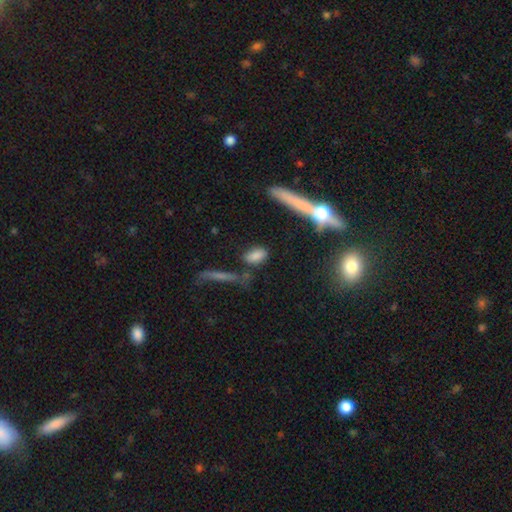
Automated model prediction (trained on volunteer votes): The model was most divided on "merging": none: 64%, minor disturbance: 18%, merger: 10%, major disturbance: 8%. More confident: how rounded — in between (84%); smooth or featured — smooth (82%).